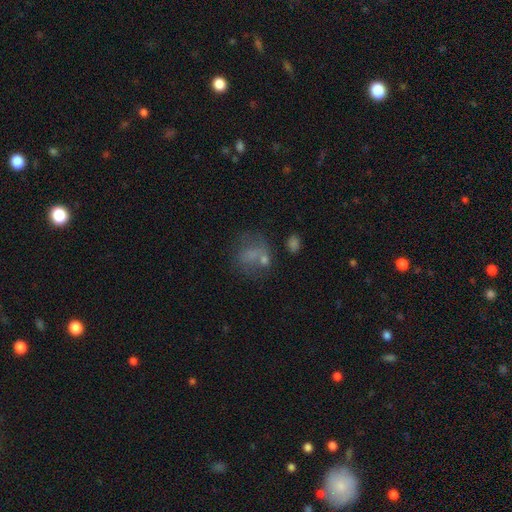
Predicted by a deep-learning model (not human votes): Smooth or featured?
  - smooth: 53% *
  - featured or disk: 27%
  - star or artifact: 20%
How rounded?
  - round: 56% *
  - in between: 43%
  - cigar-shaped: 2%
Merging?
  - none: 46% *
  - minor disturbance: 19%
  - major disturbance: 18%
  - merger: 16%